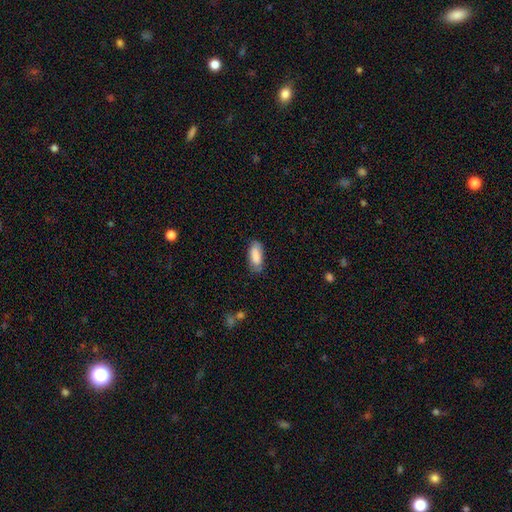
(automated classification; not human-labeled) Smooth or featured: smooth — 86% (featured or disk — 8%)
How rounded: in between — 84% (cigar-shaped — 14%)
Merging: none — 73% (minor disturbance — 21%)